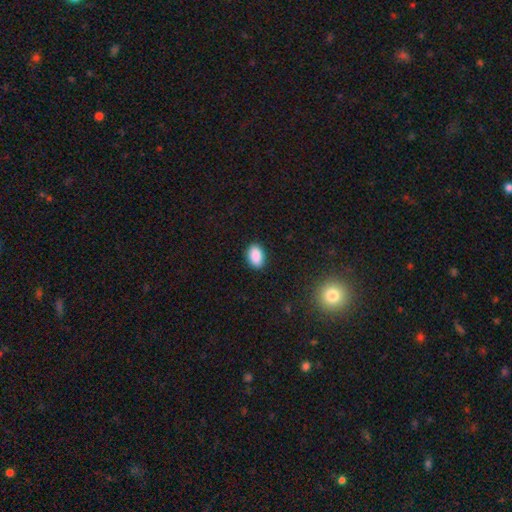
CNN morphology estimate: type=smooth (89%); roundness=in between (89%); merging=none (88%).